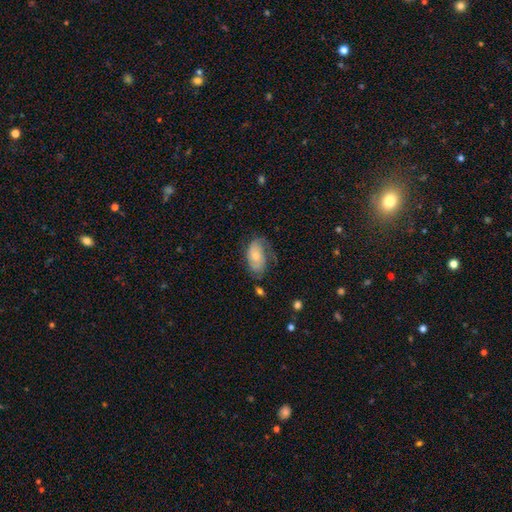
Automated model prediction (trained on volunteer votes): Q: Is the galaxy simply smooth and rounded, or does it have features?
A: smooth — 50%.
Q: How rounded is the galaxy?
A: in between — 91%.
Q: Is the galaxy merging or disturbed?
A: none — 47%.